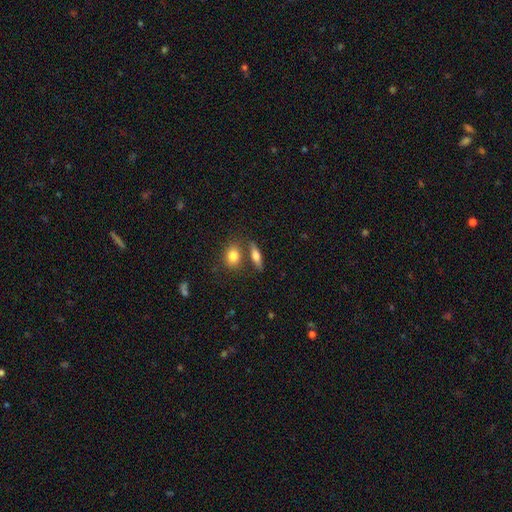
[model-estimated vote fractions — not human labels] This is likely a smooth galaxy (63%). How rounded: possibly in between (51%). Merging: likely none (66%).